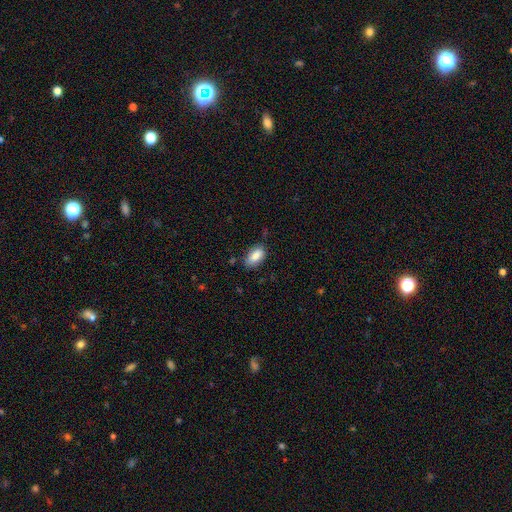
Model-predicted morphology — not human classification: Smooth or featured: smooth — 84% (featured or disk — 9%)
How rounded: in between — 92% (round — 5%)
Merging: none — 74% (minor disturbance — 20%)